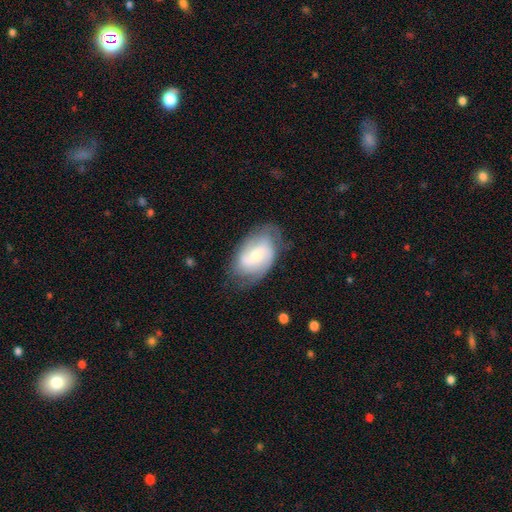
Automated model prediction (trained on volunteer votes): Q: Smooth or featured?
A: featured or disk (67%); runner-up: smooth (26%)
Q: Edge-on disk?
A: no (96%); runner-up: yes (4%)
Q: Bar?
A: no (48%); runner-up: weak (42%)
Q: Spiral arms?
A: yes (89%); runner-up: no (11%)
Q: Spiral winding?
A: medium (43%); runner-up: tight (38%)
Q: Spiral arm count?
A: 2 (61%); runner-up: can't tell (23%)
Q: Bulge size?
A: small (48%); runner-up: moderate (44%)
Q: Merging?
A: none (69%); runner-up: minor disturbance (21%)